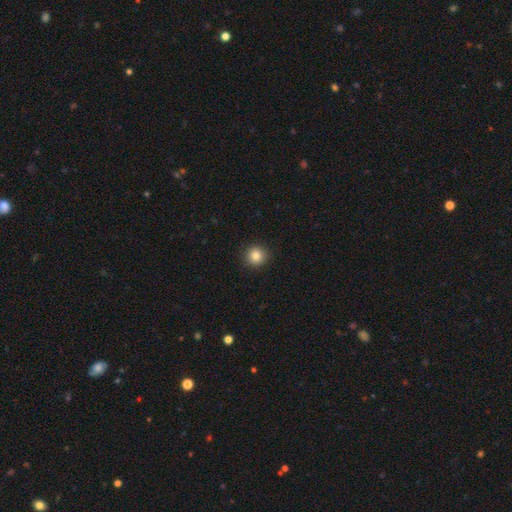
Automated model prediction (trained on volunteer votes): This is clearly a smooth galaxy (83%). How rounded: clearly round (94%). Merging: clearly none (92%).